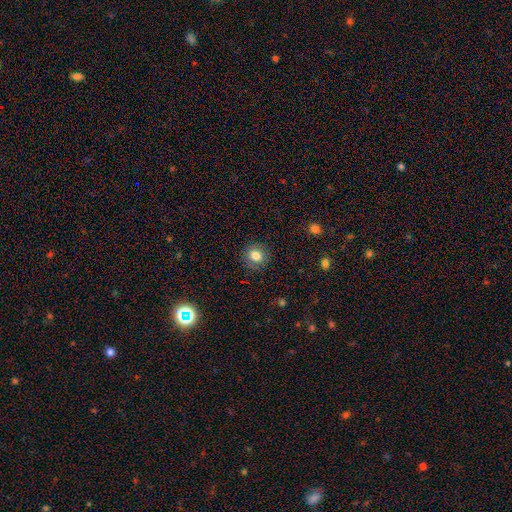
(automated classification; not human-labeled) Overall: smooth (80%). How rounded: round (82%). Merging: none (87%).